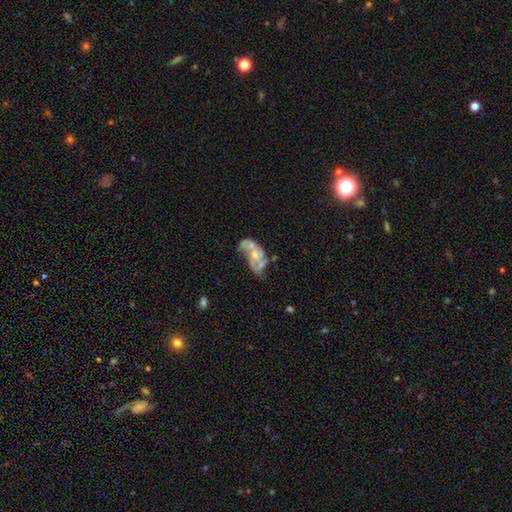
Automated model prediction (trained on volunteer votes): This is likely a featured or disk galaxy (64%). It is clearly not viewed edge-on (97%). Bar: clearly no (82%). Spiral arm pattern: possibly no (58%). Central bulge: possibly moderate (48%). Merging: marginally merger (34%).